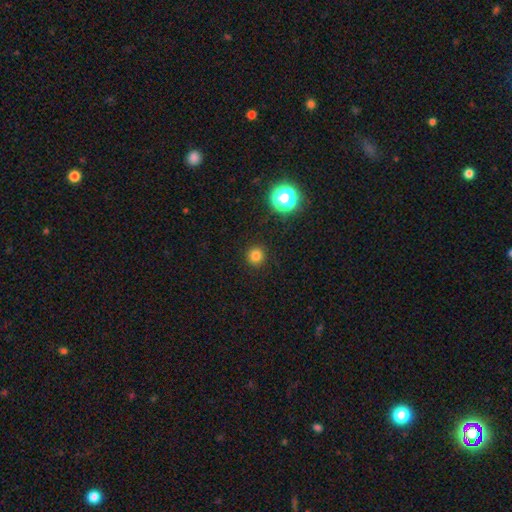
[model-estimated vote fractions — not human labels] smooth_or_featured: smooth (p=0.79) [alt: star or artifact p=0.16]
how_rounded: round (p=0.95) [alt: in between p=0.05]
merging: none (p=0.92) [alt: minor disturbance p=0.05]